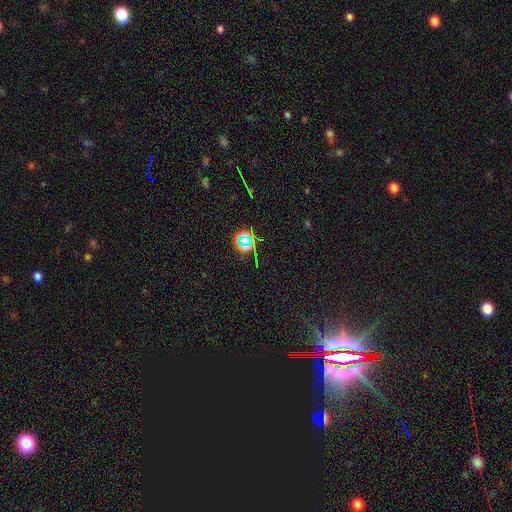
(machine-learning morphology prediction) type=star or artifact (76%).